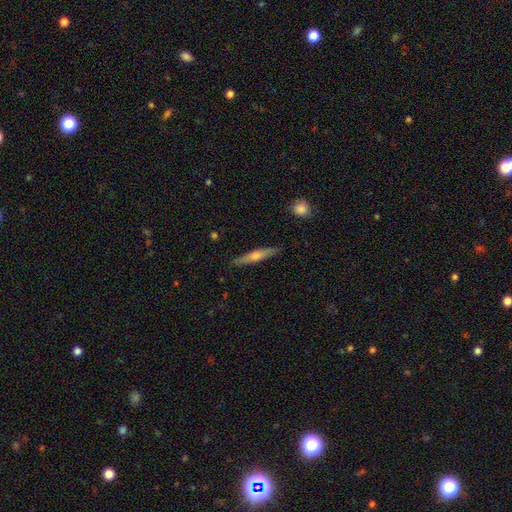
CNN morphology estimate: A featured or disk galaxy (56%) viewed edge-on (96%) with a rounded central bulge (82%).

Vote fractions:
- Smooth or featured? featured or disk: 56% / smooth: 38% / star or artifact: 6%
- Edge-on disk? yes: 96% / no: 4%
- Edge-on bulge? rounded: 82% / none: 11% / boxy: 7%
- Merging? none: 89% / minor disturbance: 8% / major disturbance: 2% / merger: 1%